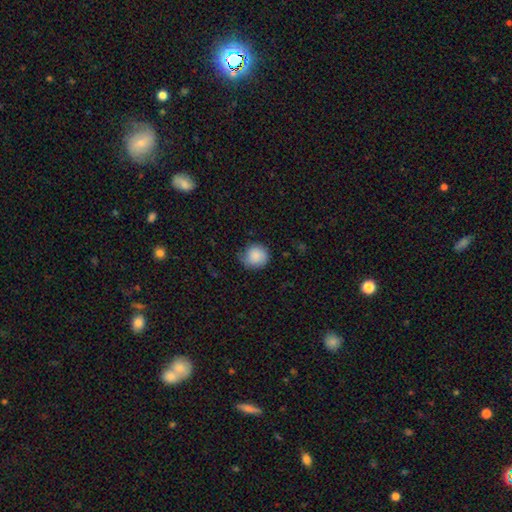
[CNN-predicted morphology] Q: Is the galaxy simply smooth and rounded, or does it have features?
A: smooth — 86%.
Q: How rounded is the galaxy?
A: round — 89%.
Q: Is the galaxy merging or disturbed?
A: none — 67%.